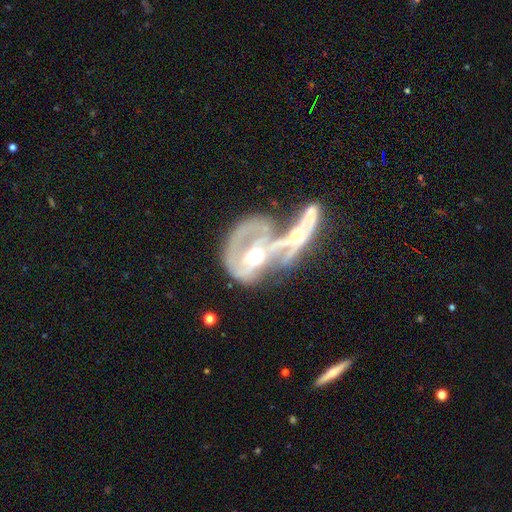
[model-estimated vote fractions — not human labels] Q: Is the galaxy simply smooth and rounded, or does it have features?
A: featured or disk — 78%.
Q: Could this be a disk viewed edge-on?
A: no — 95%.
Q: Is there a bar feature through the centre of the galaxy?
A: no — 63%.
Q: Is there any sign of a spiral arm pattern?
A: yes — 62%.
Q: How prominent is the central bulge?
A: moderate — 70%.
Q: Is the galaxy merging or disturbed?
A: merger — 69%.